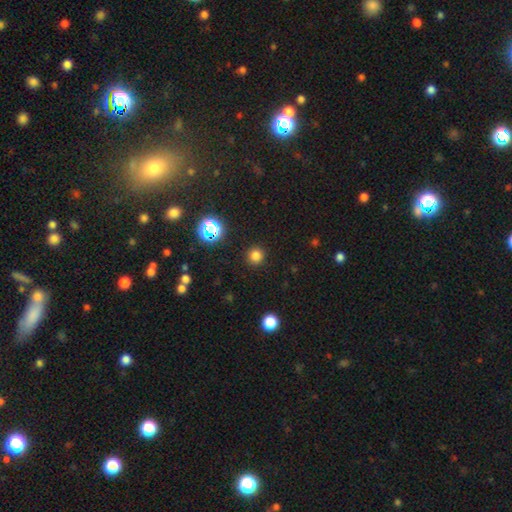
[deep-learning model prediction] Q: Smooth or featured?
A: smooth (78%); runner-up: star or artifact (18%)
Q: How rounded?
A: round (94%); runner-up: in between (5%)
Q: Merging?
A: none (91%); runner-up: minor disturbance (5%)